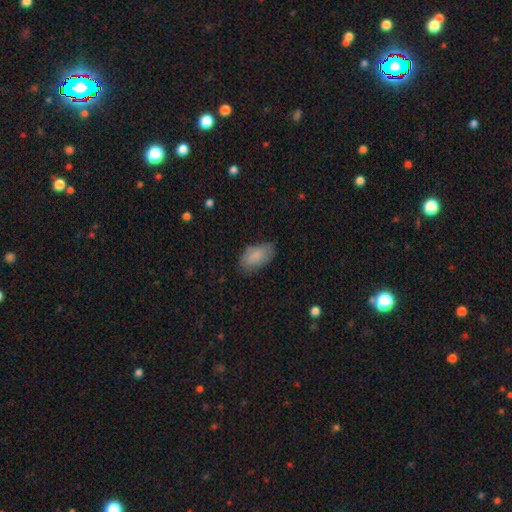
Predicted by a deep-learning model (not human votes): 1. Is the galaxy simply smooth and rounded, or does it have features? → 84% smooth, 10% featured or disk, 6% star or artifact.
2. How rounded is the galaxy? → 94% in between, 4% round, 2% cigar-shaped.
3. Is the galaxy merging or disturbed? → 72% none, 22% minor disturbance, 5% major disturbance, 1% merger.